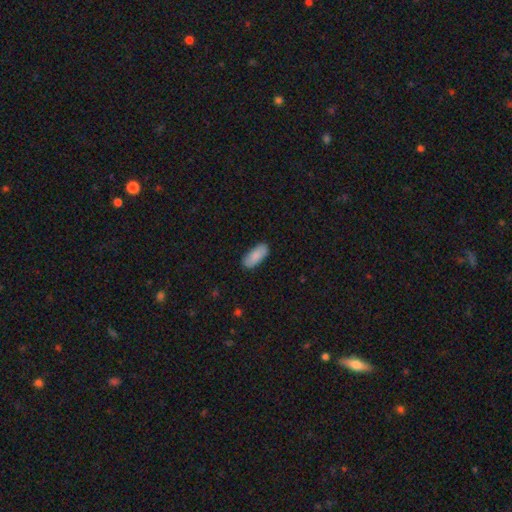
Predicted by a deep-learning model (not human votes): The model was most divided on "how rounded": in between: 84%, cigar-shaped: 14%, round: 2%. More confident: smooth or featured — smooth (84%); merging — none (84%).